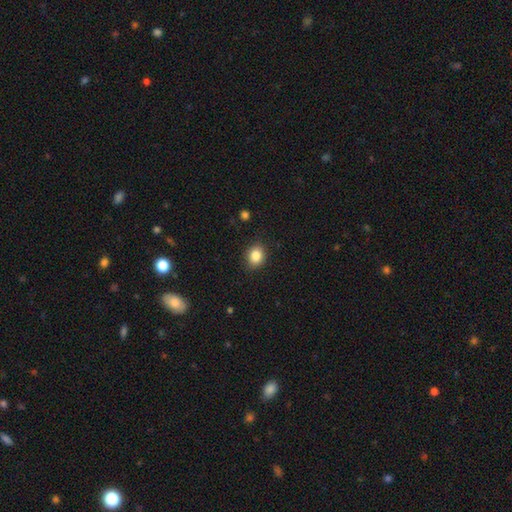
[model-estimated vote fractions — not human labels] Overall: smooth (85%). How rounded: round (62%; in between 37%). Merging: none (88%).